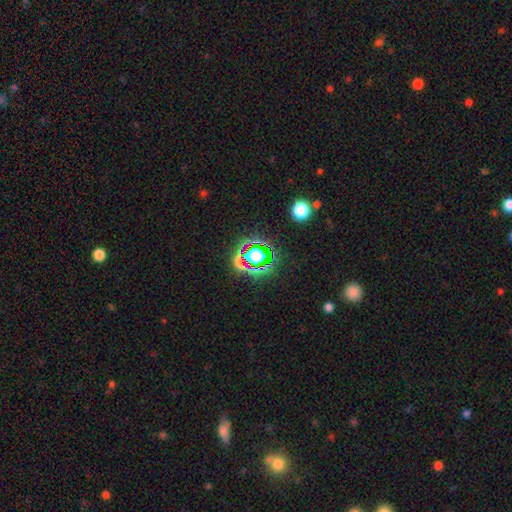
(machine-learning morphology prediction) star or artifact 63%, smooth 23%, featured or disk 14%.